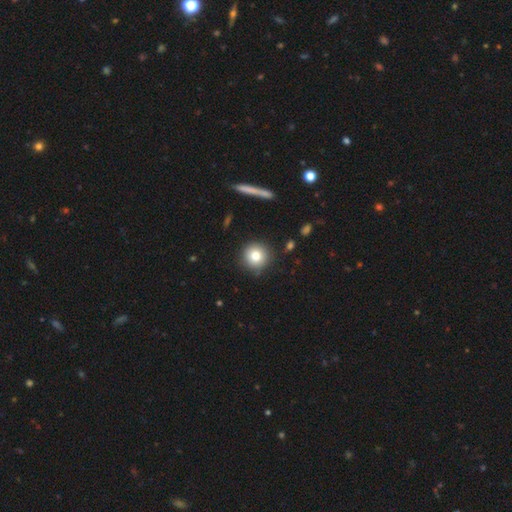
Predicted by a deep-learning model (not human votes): Smooth or featured? smooth (78%)
How rounded? round (94%)
Merging? none (88%)